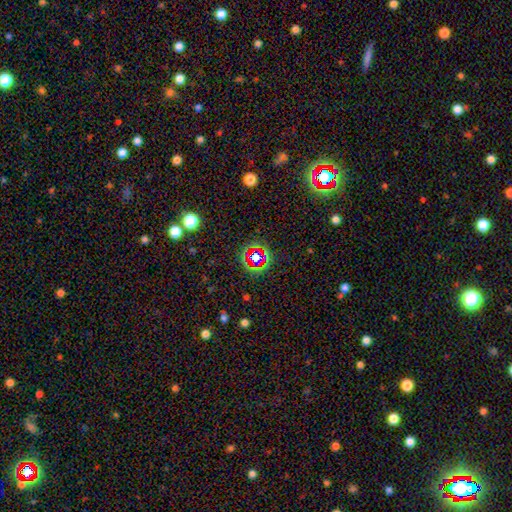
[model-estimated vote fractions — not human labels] Overall: star or artifact (63%; smooth 25%).